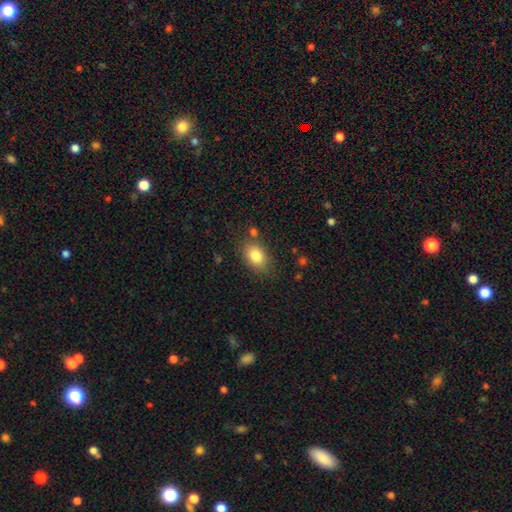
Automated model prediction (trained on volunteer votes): The model was most divided on "how rounded": in between: 79%, round: 20%, cigar-shaped: 1%. More confident: smooth or featured — smooth (83%); merging — none (78%).